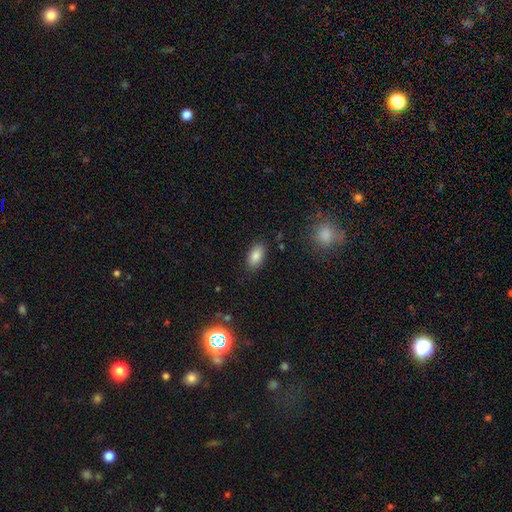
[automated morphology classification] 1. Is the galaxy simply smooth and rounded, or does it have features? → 85% smooth, 8% star or artifact, 7% featured or disk.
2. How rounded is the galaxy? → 93% in between, 5% round, 3% cigar-shaped.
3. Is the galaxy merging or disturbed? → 85% none, 11% minor disturbance, 3% major disturbance, 2% merger.